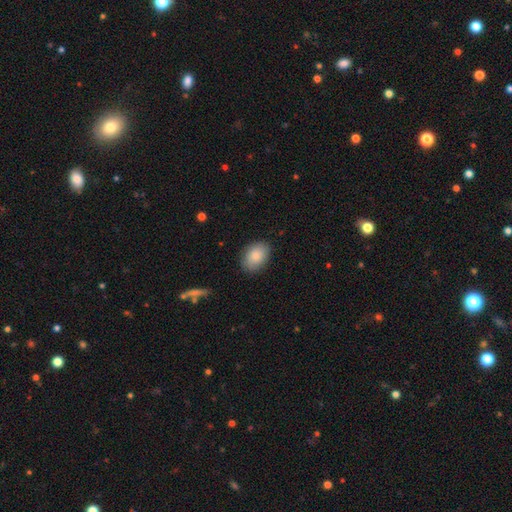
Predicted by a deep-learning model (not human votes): smooth-or-featured: smooth: 86% | featured or disk: 7% | star or artifact: 7%
  how-rounded: in between: 79% | round: 20% | cigar-shaped: 1%
  merging: none: 86% | minor disturbance: 11% | major disturbance: 3% | merger: 1%